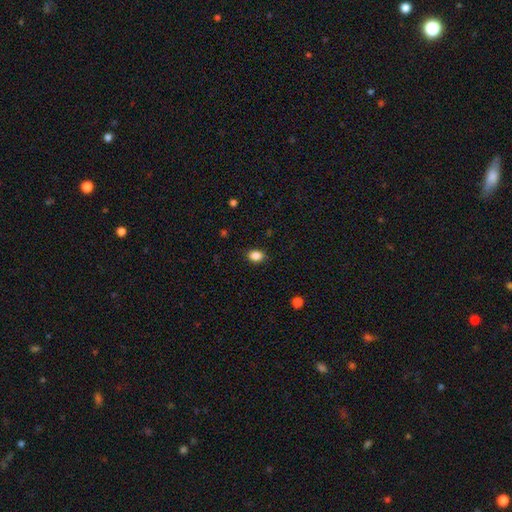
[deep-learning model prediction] Q: Smooth or featured?
A: smooth (86%); runner-up: star or artifact (10%)
Q: How rounded?
A: in between (67%); runner-up: round (32%)
Q: Merging?
A: none (85%); runner-up: minor disturbance (11%)